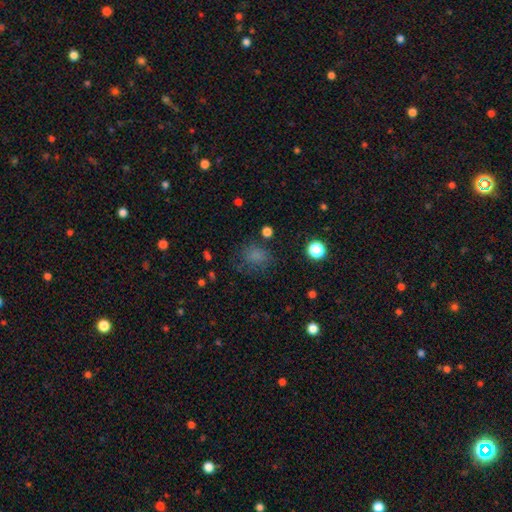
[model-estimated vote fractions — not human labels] Smooth or featured?
  - smooth: 71% *
  - star or artifact: 20%
  - featured or disk: 9%
How rounded?
  - round: 57% *
  - in between: 42%
  - cigar-shaped: 1%
Merging?
  - none: 65% *
  - minor disturbance: 19%
  - major disturbance: 13%
  - merger: 3%